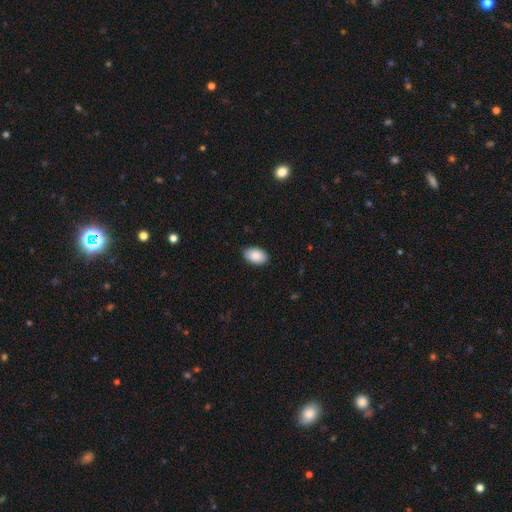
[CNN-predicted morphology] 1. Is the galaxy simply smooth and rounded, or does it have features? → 88% smooth, 7% star or artifact, 6% featured or disk.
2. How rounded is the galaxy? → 93% in between, 6% round, 1% cigar-shaped.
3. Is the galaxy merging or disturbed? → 88% none, 9% minor disturbance, 2% major disturbance, 1% merger.